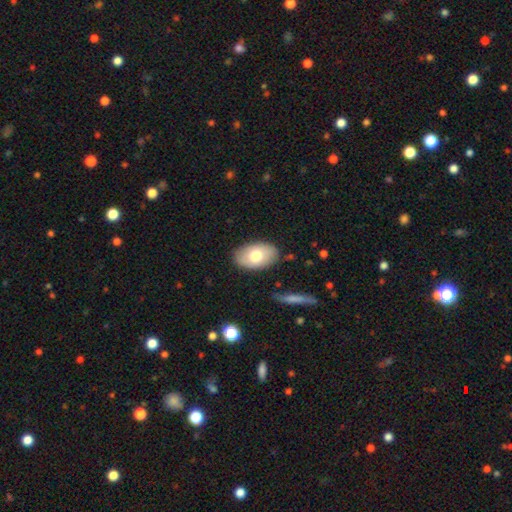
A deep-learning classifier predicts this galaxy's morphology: This is likely a smooth galaxy (70%). How rounded: clearly in between (92%). Merging: clearly none (84%).